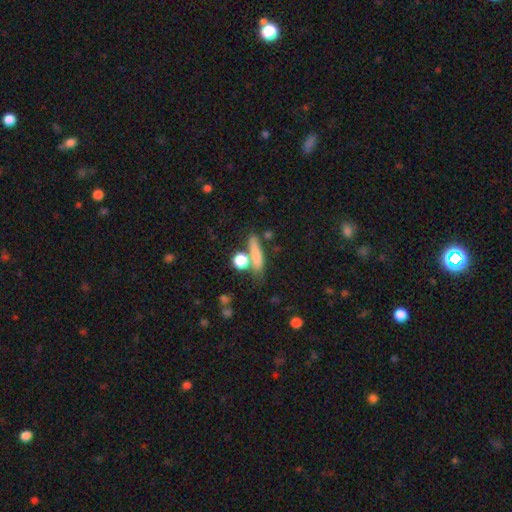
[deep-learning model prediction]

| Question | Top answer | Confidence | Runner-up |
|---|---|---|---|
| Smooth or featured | smooth | 73% | featured or disk (17%) |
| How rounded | cigar-shaped | 66% | in between (19%) |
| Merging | none | 63% | merger (18%) |